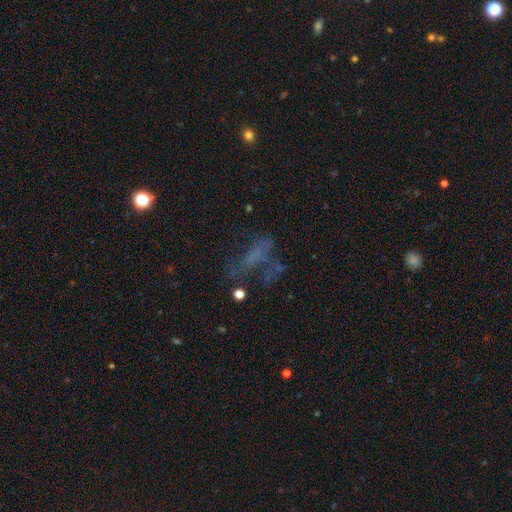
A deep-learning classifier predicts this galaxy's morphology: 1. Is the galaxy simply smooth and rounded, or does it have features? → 38% featured or disk, 32% smooth, 30% star or artifact.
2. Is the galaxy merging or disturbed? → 39% none, 36% major disturbance, 17% minor disturbance, 9% merger.